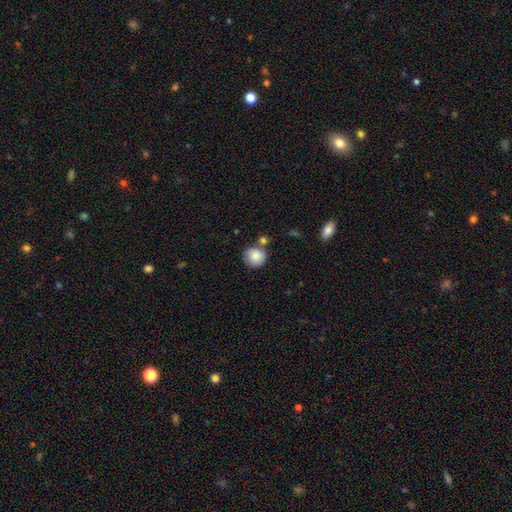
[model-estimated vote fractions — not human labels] This is clearly a smooth galaxy (86%). How rounded: clearly round (90%). Merging: likely none (66%).